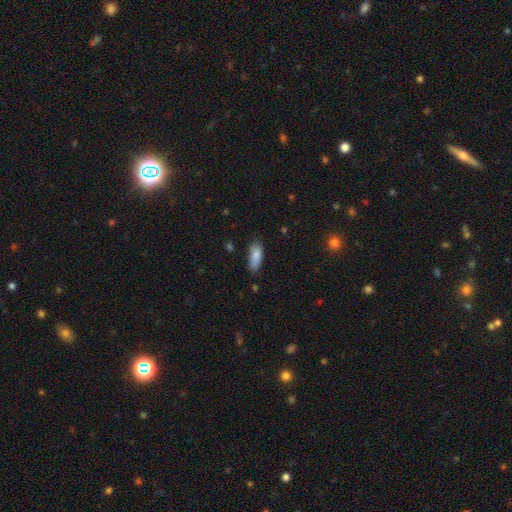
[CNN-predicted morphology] This is clearly a smooth galaxy (83%). How rounded: likely in between (79%). Merging: likely none (72%).